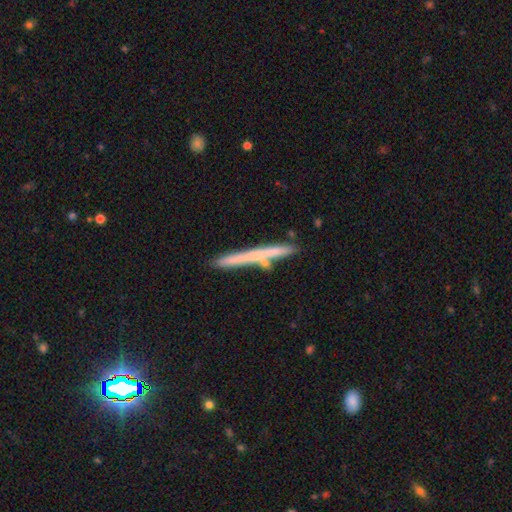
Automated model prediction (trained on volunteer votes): The model was most divided on "smooth or featured": smooth: 48%, featured or disk: 45%, star or artifact: 7%. More confident: merging — none (78%).